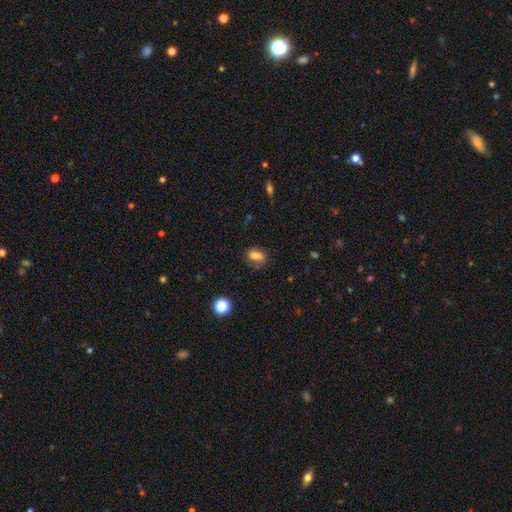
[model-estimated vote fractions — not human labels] Smooth or featured: smooth — 80% (star or artifact — 11%)
How rounded: in between — 78% (round — 19%)
Merging: none — 71% (minor disturbance — 20%)